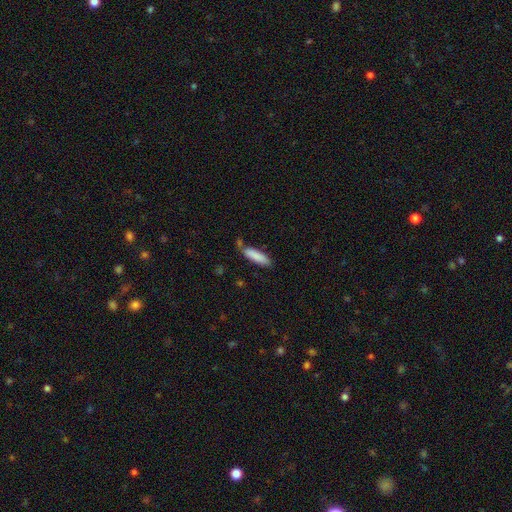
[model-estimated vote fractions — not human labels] Smooth or featured: smooth — 86% (featured or disk — 8%)
How rounded: cigar-shaped — 63% (in between — 36%)
Merging: none — 71% (minor disturbance — 18%)